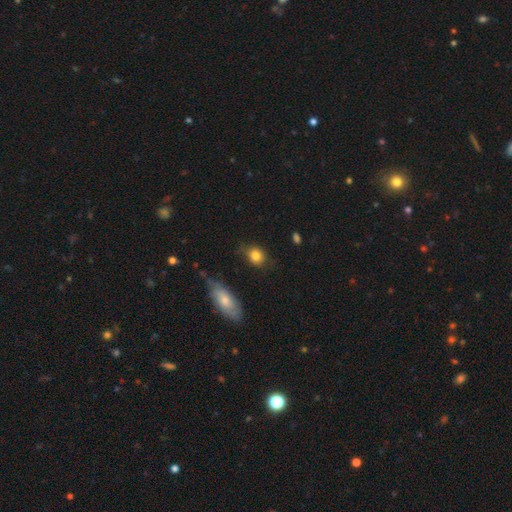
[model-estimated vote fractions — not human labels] This appears to be a smooth galaxy with no disk features (82%) that is round (60%). Merging: none (66%).